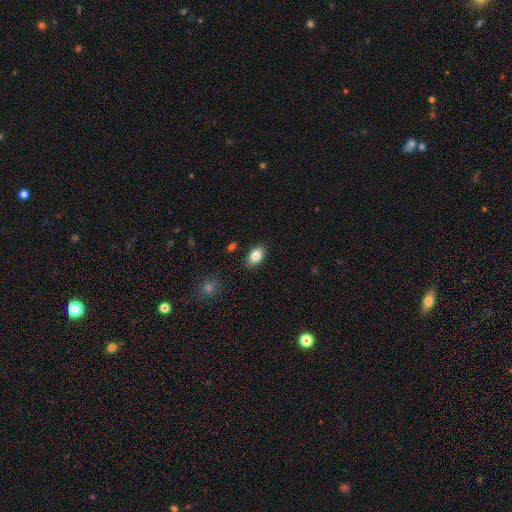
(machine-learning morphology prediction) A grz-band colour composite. It shows a smooth galaxy with no disk features (85%) that is in between round and cigar-shaped (89%). Merging: none (87%).